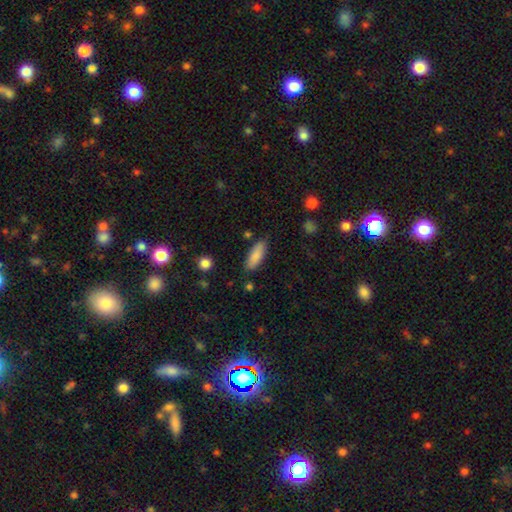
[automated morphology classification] Smooth or featured? smooth (86%)
How rounded? in between (64%)
Merging? none (81%)